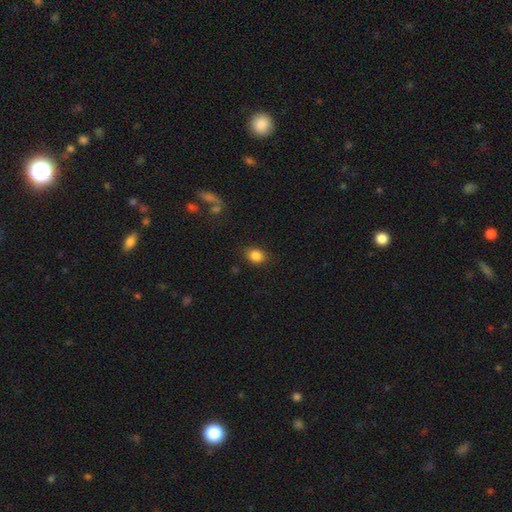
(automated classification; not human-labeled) Morphology: type=smooth (85%); roundness=in between (56%); merging=none (84%).